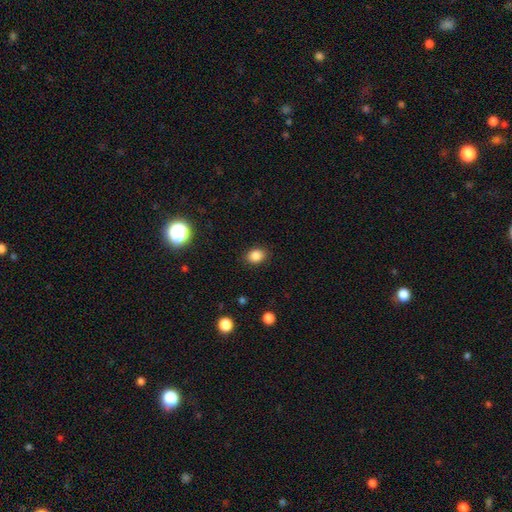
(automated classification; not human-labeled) This appears to be a smooth galaxy with no disk features (84%) that is in between round and cigar-shaped (61%). Merging: none (87%).